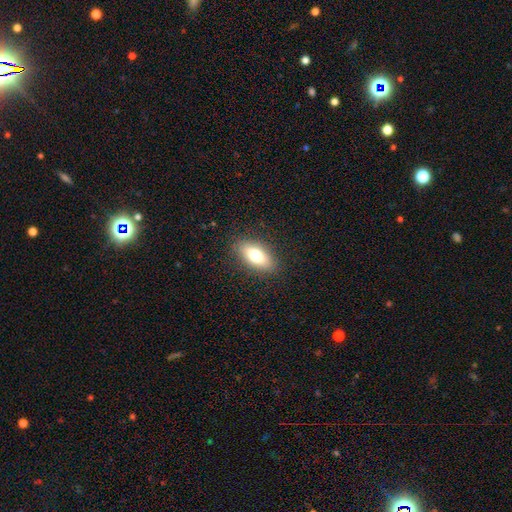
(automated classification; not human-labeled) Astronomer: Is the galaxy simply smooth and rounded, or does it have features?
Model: smooth — 75%.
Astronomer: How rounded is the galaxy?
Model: in between — 82%.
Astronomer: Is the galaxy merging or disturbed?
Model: none — 87%.